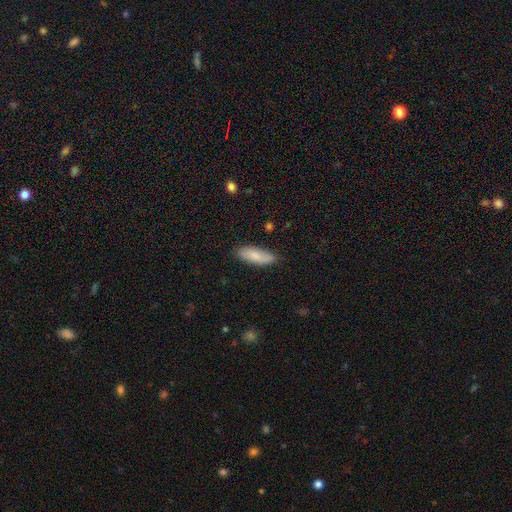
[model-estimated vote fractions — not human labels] smooth-or-featured: smooth: 83% | featured or disk: 12% | star or artifact: 6%
  how-rounded: in between: 62% | cigar-shaped: 37% | round: 2%
  merging: none: 84% | minor disturbance: 12% | major disturbance: 2% | merger: 1%